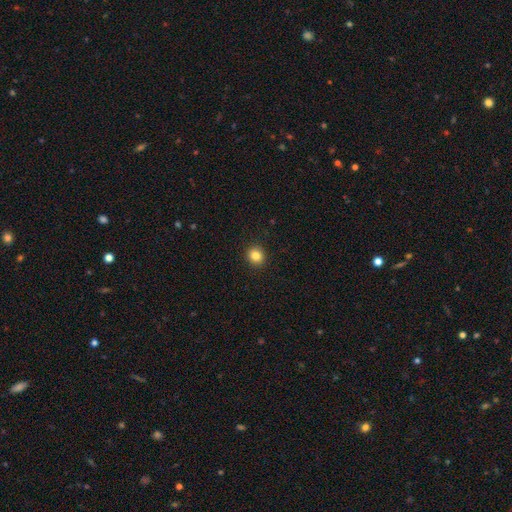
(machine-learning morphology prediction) This is clearly a smooth galaxy (84%). How rounded: clearly round (83%). Merging: clearly none (93%).